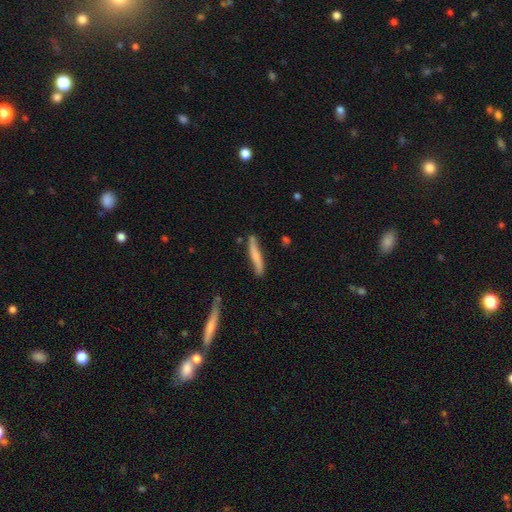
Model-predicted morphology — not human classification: smooth-or-featured: smooth: 55% | featured or disk: 39% | star or artifact: 6%
  how-rounded: cigar-shaped: 93% | in between: 5% | round: 1%
  merging: none: 75% | minor disturbance: 18% | merger: 3% | major disturbance: 3%